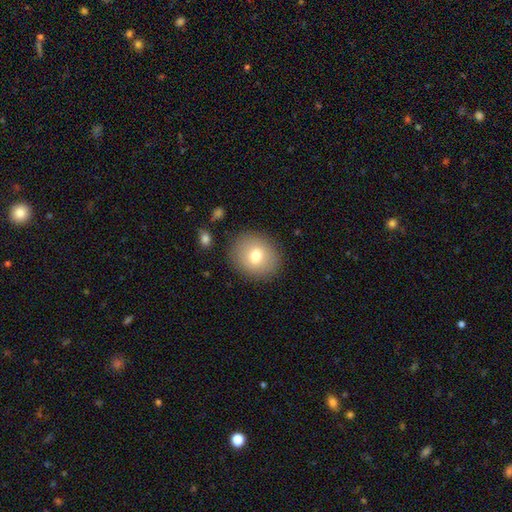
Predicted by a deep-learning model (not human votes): A smooth galaxy with no disk features (74%) that is round (73%).

Vote fractions:
- Smooth or featured? smooth: 74% / featured or disk: 17% / star or artifact: 9%
- How rounded? round: 73% / in between: 26% / cigar-shaped: 1%
- Merging? none: 87% / minor disturbance: 8% / major disturbance: 3% / merger: 2%